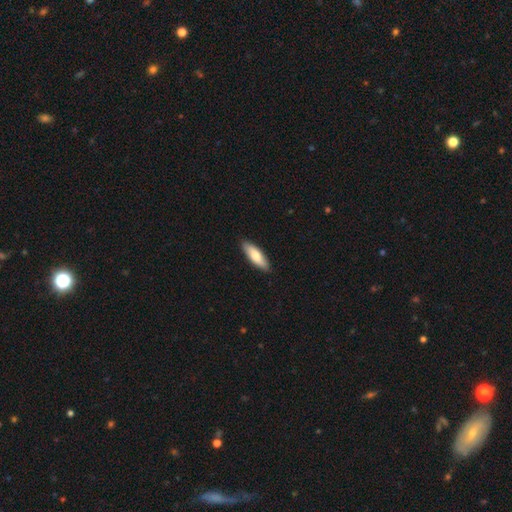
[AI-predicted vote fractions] A smooth galaxy with no disk features (75%) that is in between round and cigar-shaped (53%).

Vote fractions:
- Smooth or featured? smooth: 75% / featured or disk: 20% / star or artifact: 5%
- How rounded? in between: 53% / cigar-shaped: 45% / round: 2%
- Merging? none: 89% / minor disturbance: 8% / major disturbance: 2% / merger: 1%